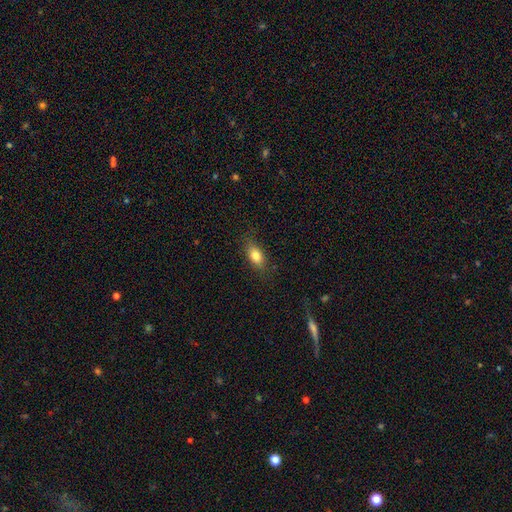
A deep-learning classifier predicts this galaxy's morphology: The model was most divided on "merging": none: 81%, minor disturbance: 14%, major disturbance: 4%, merger: 1%. More confident: how rounded — in between (84%); smooth or featured — smooth (80%).